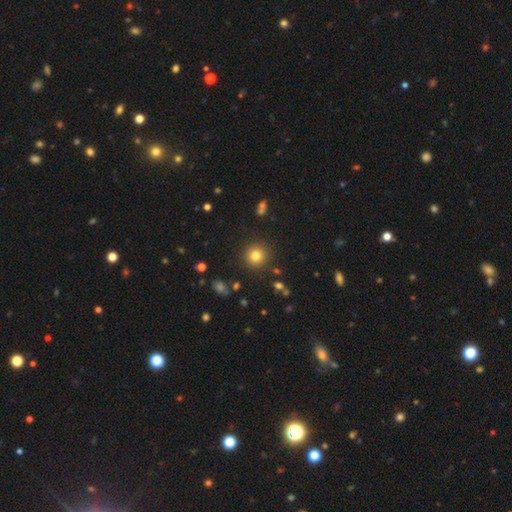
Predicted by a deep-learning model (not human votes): Smooth or featured: smooth — 80% (star or artifact — 13%)
How rounded: round — 93% (in between — 6%)
Merging: none — 89% (minor disturbance — 6%)